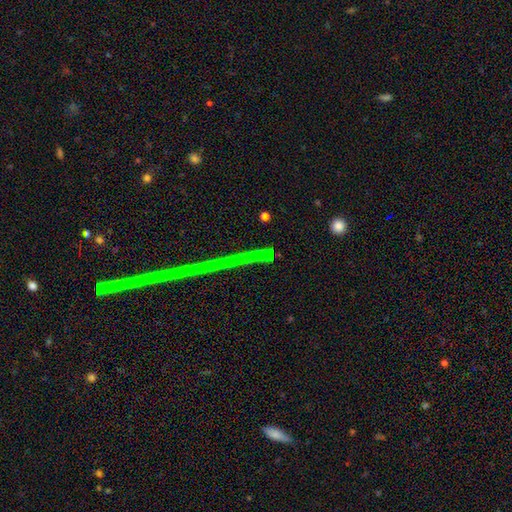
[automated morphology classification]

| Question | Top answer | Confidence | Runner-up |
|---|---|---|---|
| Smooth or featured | star or artifact | 69% | featured or disk (18%) |